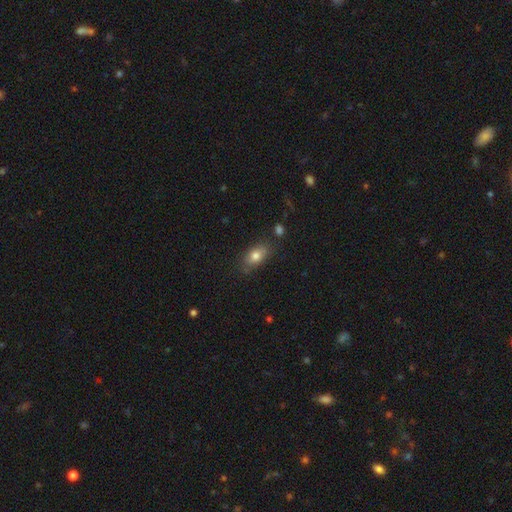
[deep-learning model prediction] A smooth galaxy with no disk features (79%) that is in between round and cigar-shaped (82%). Merging: none (74%).